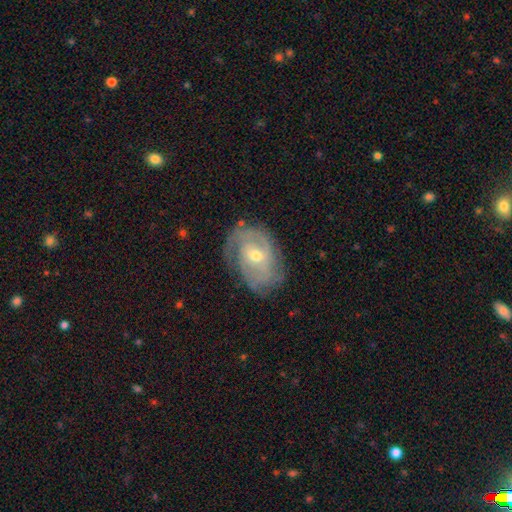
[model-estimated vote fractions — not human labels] Smooth or featured? featured or disk (80%)
Edge-on disk? no (96%)
Bar? no (56%)
Spiral arms? yes (91%)
Spiral winding? tight (52%)
Spiral arm count? 2 (48%)
Bulge size? moderate (52%)
Merging? none (67%)